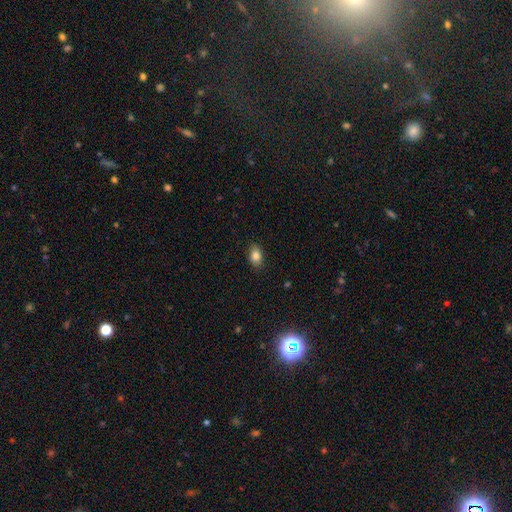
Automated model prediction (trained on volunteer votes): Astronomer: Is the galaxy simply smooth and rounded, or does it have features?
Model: smooth — 84%.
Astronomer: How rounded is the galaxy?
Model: in between — 83%.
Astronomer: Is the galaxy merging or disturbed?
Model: none — 88%.